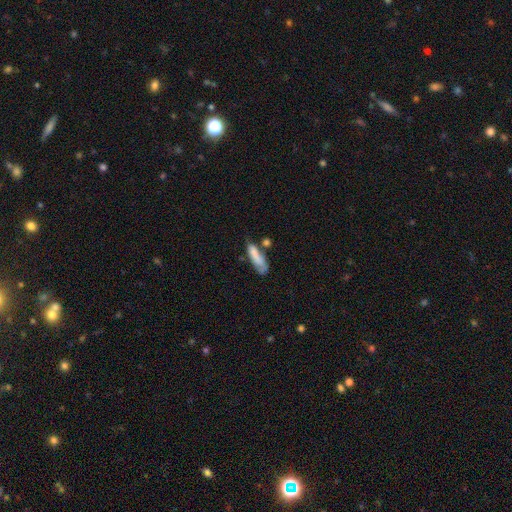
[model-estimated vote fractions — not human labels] Smooth or featured?
  - smooth: 75% *
  - featured or disk: 17%
  - star or artifact: 8%
How rounded?
  - cigar-shaped: 56% *
  - in between: 42%
  - round: 2%
Merging?
  - none: 37% *
  - minor disturbance: 26%
  - merger: 21%
  - major disturbance: 16%